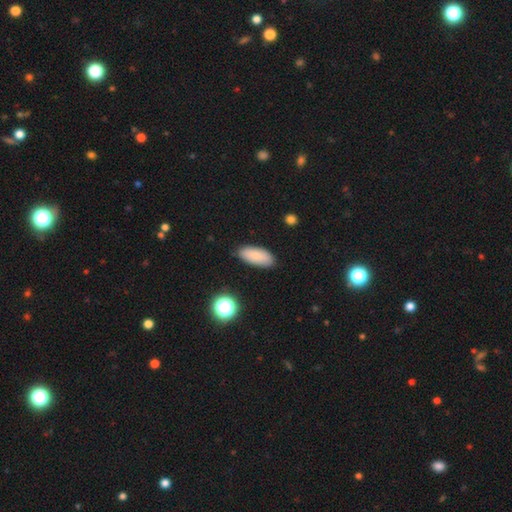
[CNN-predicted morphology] A smooth galaxy with no disk features (83%) that is in between round and cigar-shaped (85%).

Vote fractions:
- Smooth or featured? smooth: 83% / featured or disk: 9% / star or artifact: 8%
- How rounded? in between: 85% / cigar-shaped: 13% / round: 2%
- Merging? none: 84% / minor disturbance: 12% / major disturbance: 2% / merger: 2%